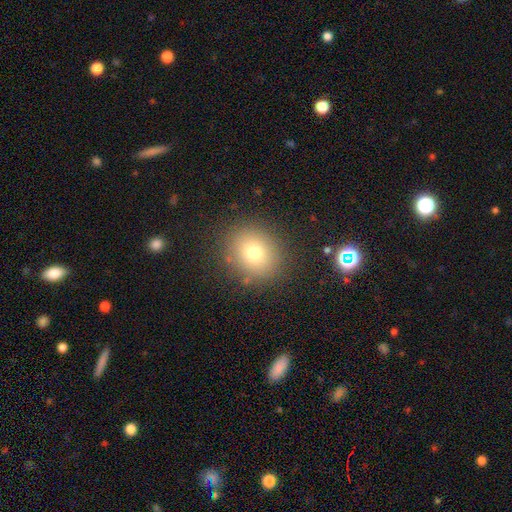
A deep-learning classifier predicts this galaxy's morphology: smooth_or_featured: smooth (p=0.74) [alt: star or artifact p=0.15]
how_rounded: round (p=0.76) [alt: in between p=0.23]
merging: none (p=0.86) [alt: minor disturbance p=0.08]